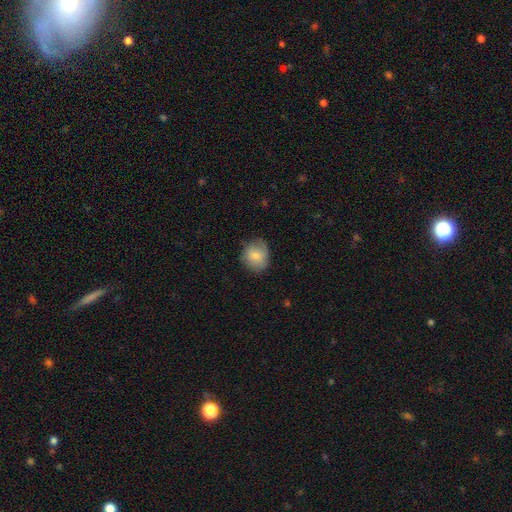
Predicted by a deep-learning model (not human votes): Smooth or featured: smooth — 76% (featured or disk — 16%)
How rounded: round — 70% (in between — 29%)
Merging: none — 70% (minor disturbance — 23%)